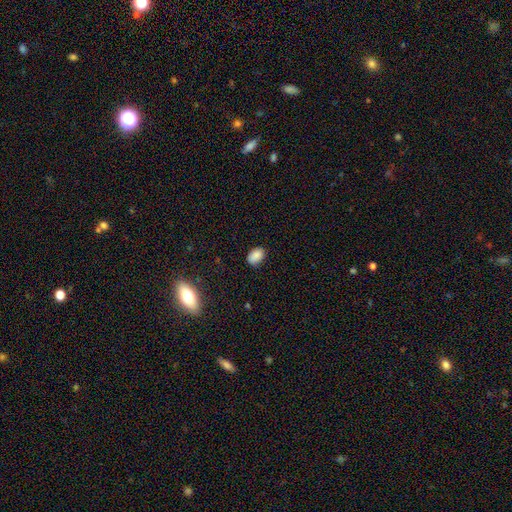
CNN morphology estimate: Q: Smooth or featured?
A: smooth (87%); runner-up: star or artifact (9%)
Q: How rounded?
A: in between (86%); runner-up: round (13%)
Q: Merging?
A: none (83%); runner-up: minor disturbance (13%)